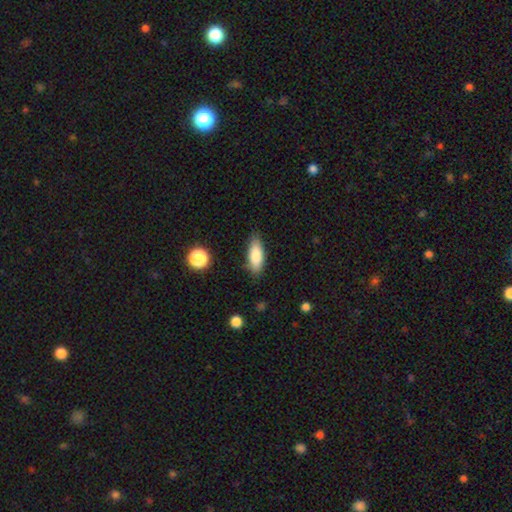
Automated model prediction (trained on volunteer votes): Smooth or featured?
  - smooth: 84% *
  - featured or disk: 10%
  - star or artifact: 6%
How rounded?
  - in between: 71% *
  - cigar-shaped: 27%
  - round: 2%
Merging?
  - none: 83% *
  - minor disturbance: 13%
  - major disturbance: 3%
  - merger: 2%